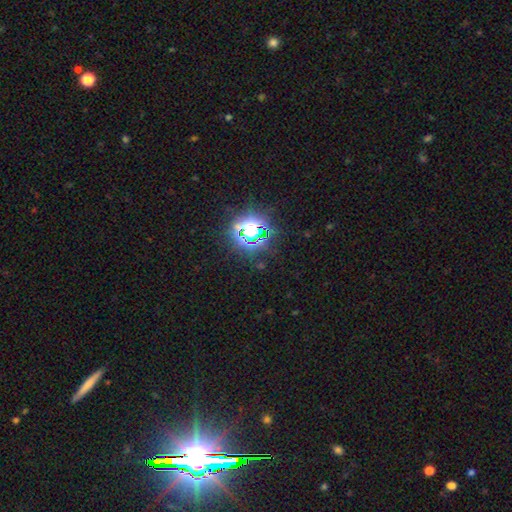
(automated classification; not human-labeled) Smooth or featured?
  - star or artifact: 81% *
  - smooth: 12%
  - featured or disk: 7%